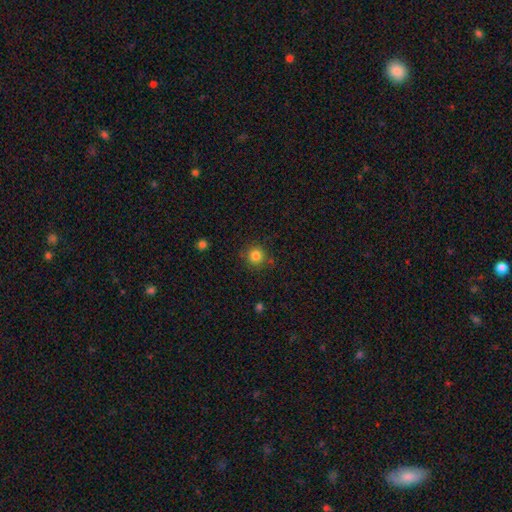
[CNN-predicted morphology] The model was most divided on "smooth or featured": smooth: 83%, star or artifact: 12%, featured or disk: 5%. More confident: how rounded — round (94%); merging — none (85%).